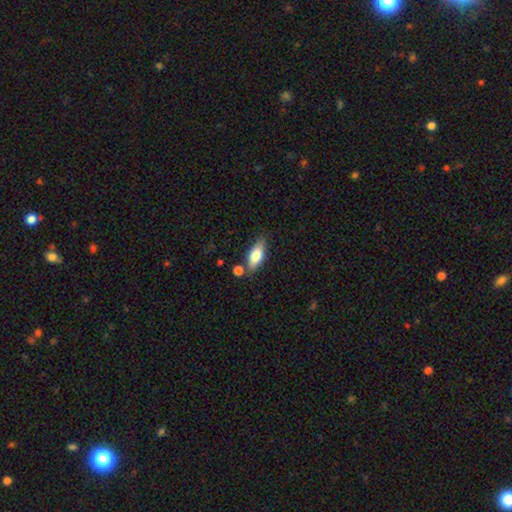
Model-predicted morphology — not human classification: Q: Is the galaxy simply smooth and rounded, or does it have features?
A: smooth — 72%.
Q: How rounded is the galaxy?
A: in between — 77%.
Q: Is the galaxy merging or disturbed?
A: none — 73%.